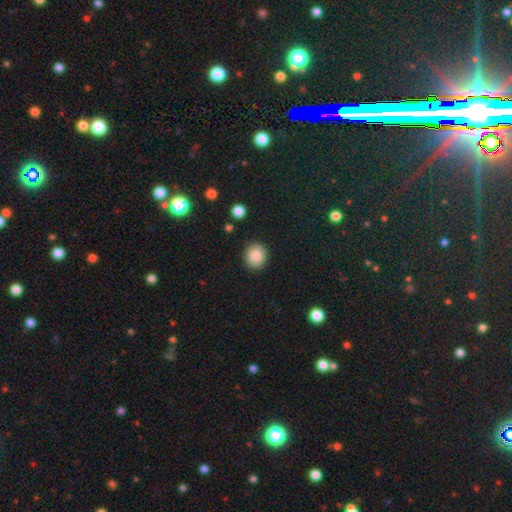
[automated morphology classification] The model was most divided on "how rounded": round: 84%, in between: 15%, cigar-shaped: 1%. More confident: merging — none (89%); smooth or featured — smooth (84%).